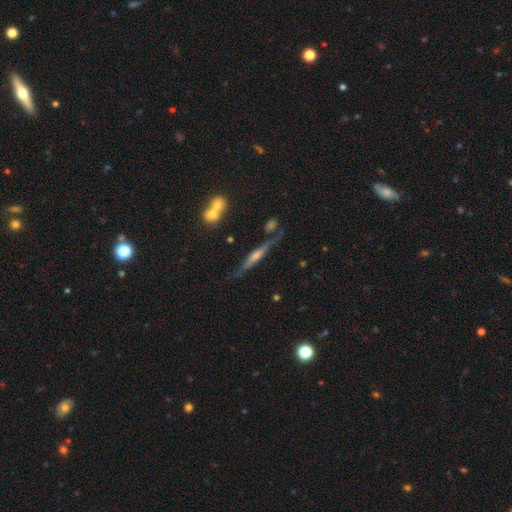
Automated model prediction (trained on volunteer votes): This appears to be a featured or disk galaxy (71%) viewed edge-on (92%) with a rounded central bulge (68%). Merging: none (70%).